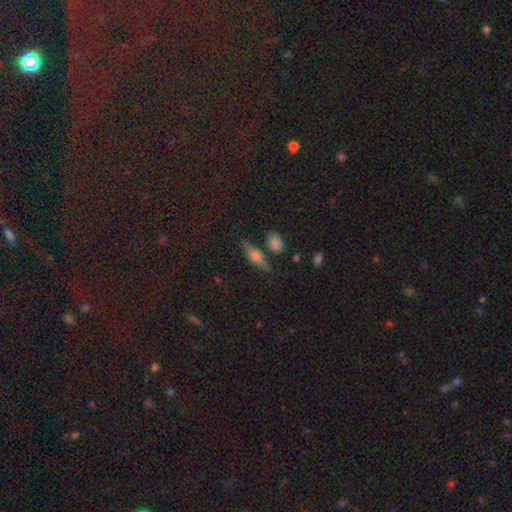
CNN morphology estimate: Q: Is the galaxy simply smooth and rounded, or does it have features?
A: featured or disk — 46%.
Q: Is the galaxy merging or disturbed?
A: none — 73%.